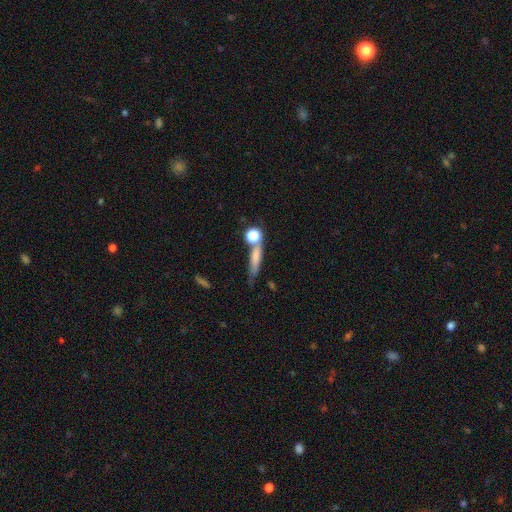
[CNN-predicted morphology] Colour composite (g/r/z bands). It shows a smooth galaxy with no disk features (65%) that is cigar-shaped (68%). Merging: none (57%).